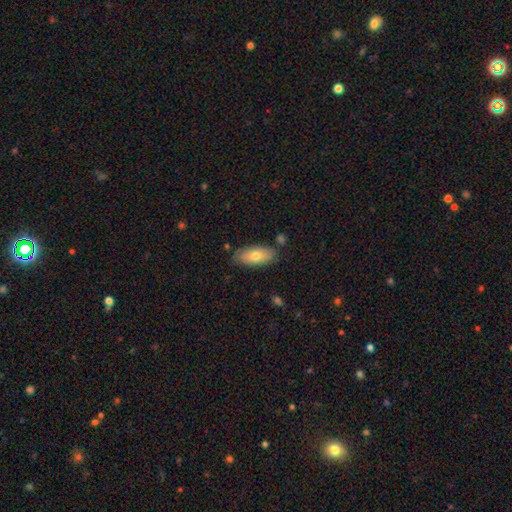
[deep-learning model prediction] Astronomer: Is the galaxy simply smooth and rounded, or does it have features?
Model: smooth — 74%.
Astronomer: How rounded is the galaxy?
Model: in between — 89%.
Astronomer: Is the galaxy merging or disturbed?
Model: none — 81%.